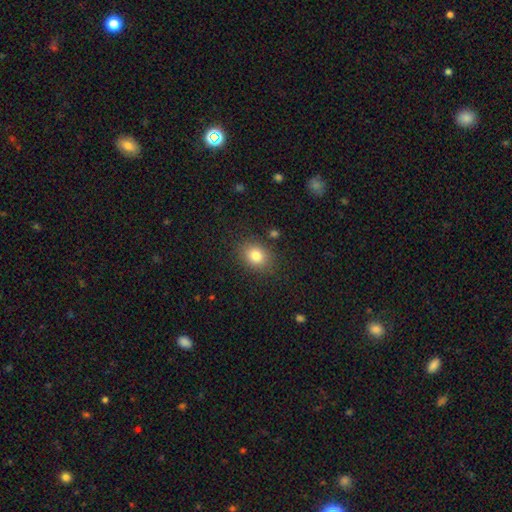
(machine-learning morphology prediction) A smooth galaxy with no disk features (81%) that is in between round and cigar-shaped (53%).

Vote fractions:
- Smooth or featured? smooth: 81% / star or artifact: 11% / featured or disk: 8%
- How rounded? in between: 53% / round: 46% / cigar-shaped: 1%
- Merging? none: 84% / minor disturbance: 10% / major disturbance: 3% / merger: 2%